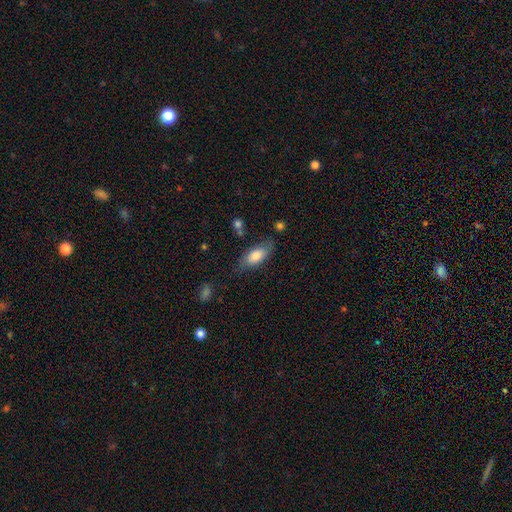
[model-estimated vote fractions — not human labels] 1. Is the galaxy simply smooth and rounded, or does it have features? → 78% smooth, 16% featured or disk, 6% star or artifact.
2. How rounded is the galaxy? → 84% in between, 13% cigar-shaped, 3% round.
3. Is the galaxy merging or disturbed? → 71% none, 20% minor disturbance, 5% major disturbance, 3% merger.